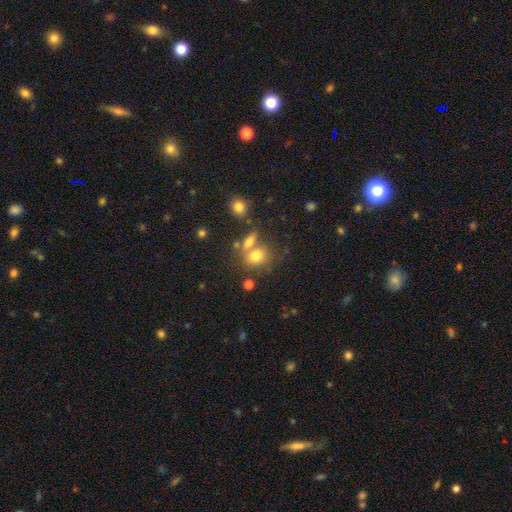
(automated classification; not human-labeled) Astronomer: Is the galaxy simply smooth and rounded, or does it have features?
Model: smooth — 75%.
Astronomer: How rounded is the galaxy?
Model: round — 59% (runner-up: in between, 39%).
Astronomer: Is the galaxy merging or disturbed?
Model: none — 43% (runner-up: merger, 40%).